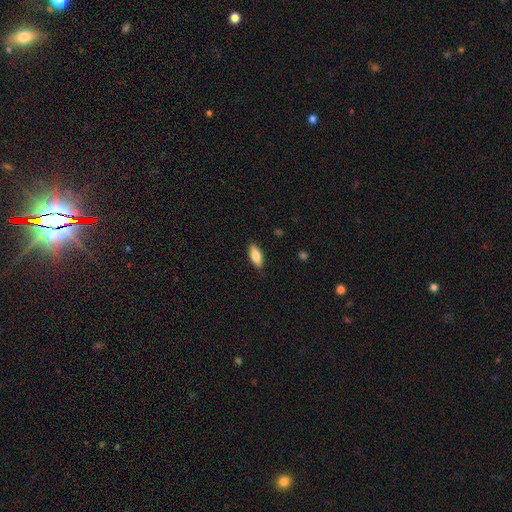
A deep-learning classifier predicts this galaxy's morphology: This appears to be a smooth galaxy with no disk features (77%) that is in between round and cigar-shaped (77%). Merging: none (85%).